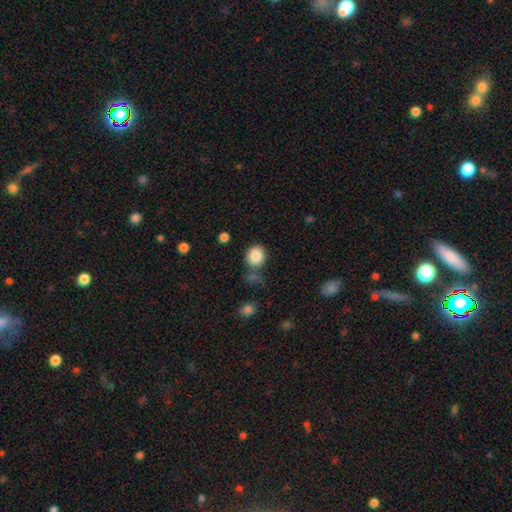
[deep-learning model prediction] A smooth galaxy with no disk features (87%) that is round (82%).

Vote fractions:
- Smooth or featured? smooth: 87% / star or artifact: 8% / featured or disk: 5%
- How rounded? round: 82% / in between: 17% / cigar-shaped: 1%
- Merging? none: 72% / minor disturbance: 13% / merger: 10% / major disturbance: 5%